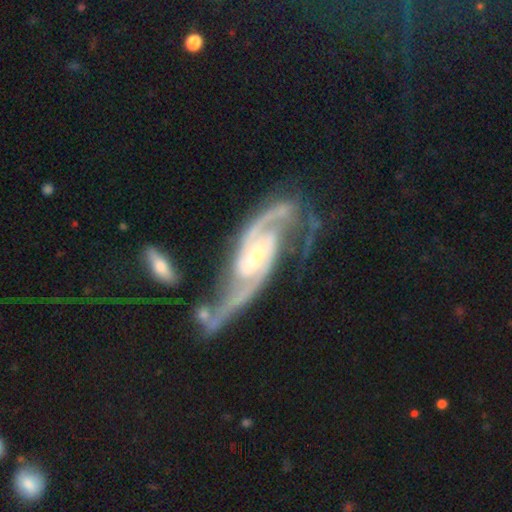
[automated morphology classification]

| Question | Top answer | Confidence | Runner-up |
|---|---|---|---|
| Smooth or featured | featured or disk | 94% | star or artifact (4%) |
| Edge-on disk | no | 96% | yes (4%) |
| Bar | weak | 45% | no (30%) |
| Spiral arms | yes | 99% | no (1%) |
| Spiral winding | medium | 56% | tight (28%) |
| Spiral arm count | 2 | 90% | 3 (4%) |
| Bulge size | small | 55% | moderate (38%) |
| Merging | none | 54% | minor disturbance (20%) |